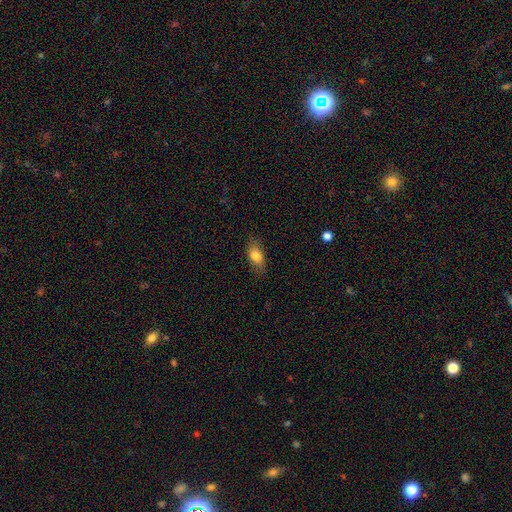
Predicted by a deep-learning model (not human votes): The model was most divided on "merging": none: 79%, minor disturbance: 16%, major disturbance: 4%, merger: 1%. More confident: how rounded — in between (84%); smooth or featured — smooth (81%).